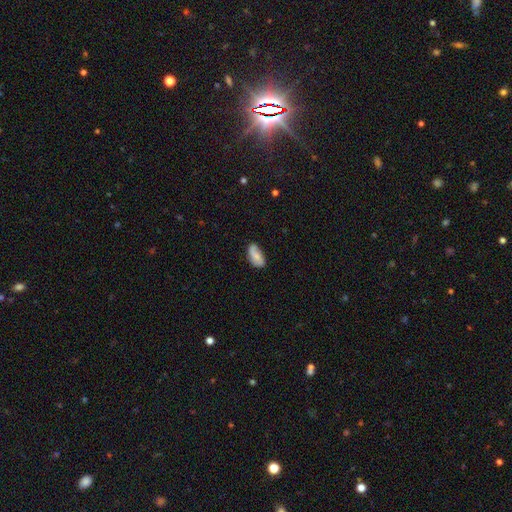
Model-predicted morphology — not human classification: type=smooth (61%); roundness=in between (91%); merging=none (66%).